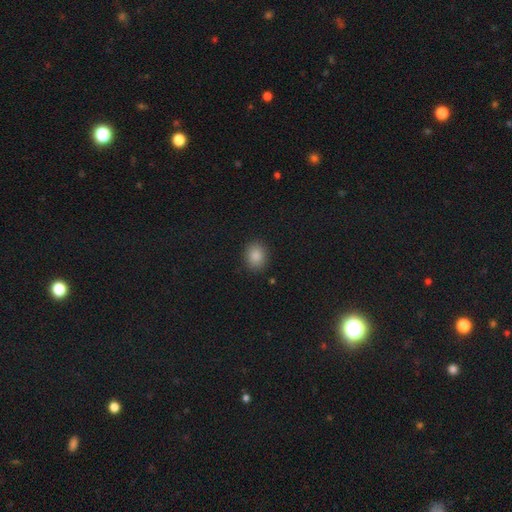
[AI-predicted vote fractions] This is clearly a smooth galaxy (86%). How rounded: possibly round (56%). Merging: clearly none (88%).